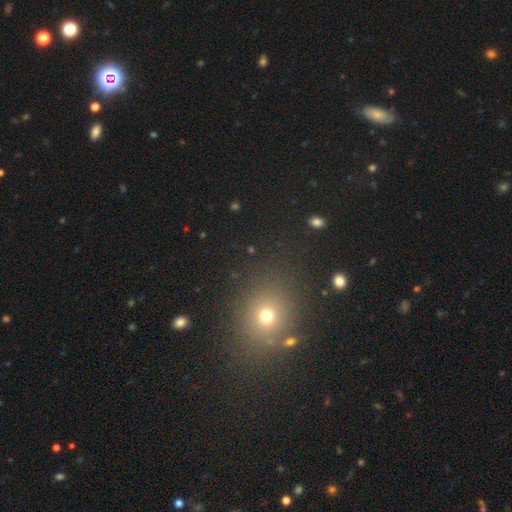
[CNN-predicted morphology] A smooth galaxy with no disk features (56%) that is round (63%). Merging: none (86%).